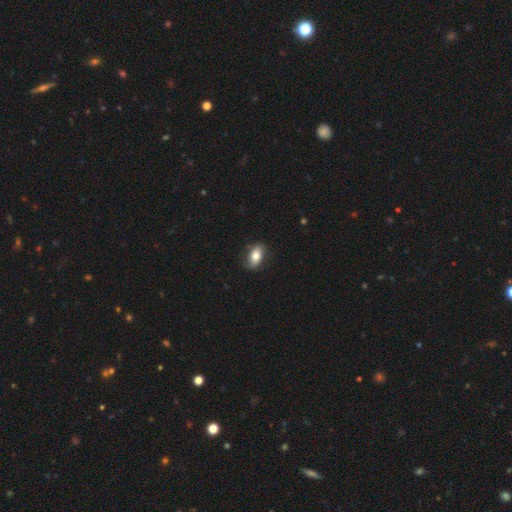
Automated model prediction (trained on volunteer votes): Smooth or featured? Predicted: smooth (p=0.72). How rounded? Predicted: in between (p=0.88). Merging? Predicted: none (p=0.81).